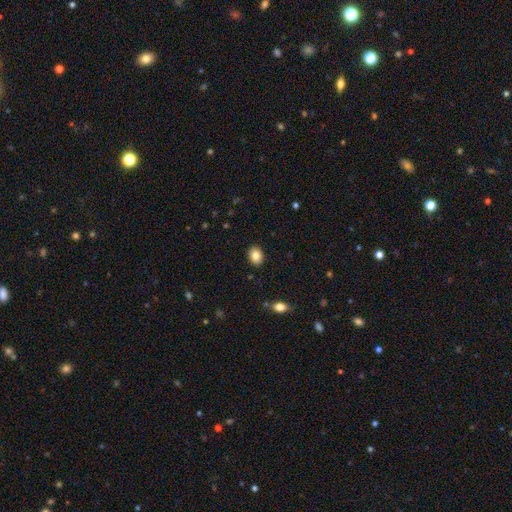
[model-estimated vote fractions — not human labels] Smooth or featured? smooth (85%)
How rounded? in between (67%)
Merging? none (89%)